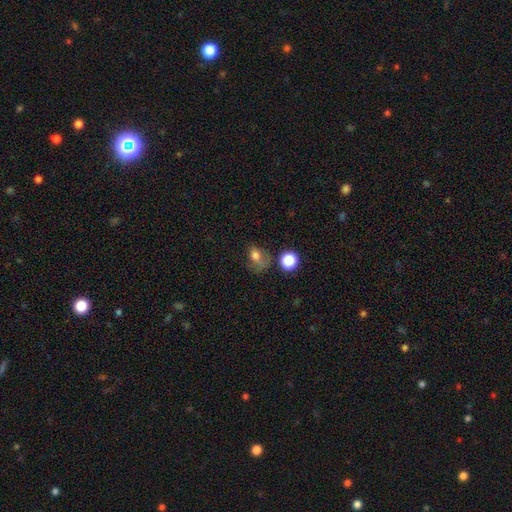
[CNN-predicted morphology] A smooth galaxy with no disk features (72%) that is in between round and cigar-shaped (60%).

Vote fractions:
- Smooth or featured? smooth: 72% / star or artifact: 15% / featured or disk: 13%
- How rounded? in between: 60% / round: 39% / cigar-shaped: 2%
- Merging? none: 34% / minor disturbance: 28% / major disturbance: 27% / merger: 10%